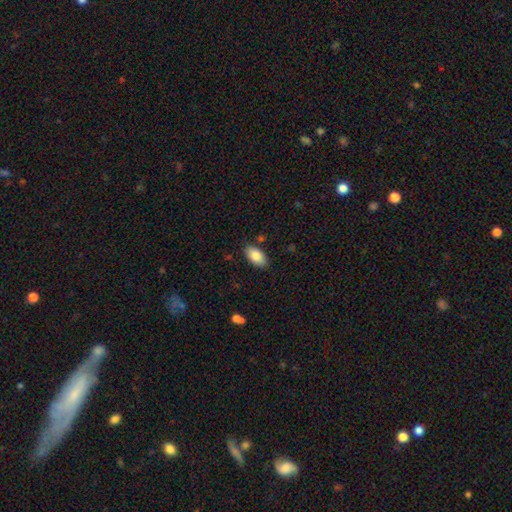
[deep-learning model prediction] Smooth or featured?
  - smooth: 85% *
  - featured or disk: 9%
  - star or artifact: 7%
How rounded?
  - in between: 94% *
  - round: 3%
  - cigar-shaped: 3%
Merging?
  - none: 84% *
  - minor disturbance: 11%
  - major disturbance: 2%
  - merger: 2%